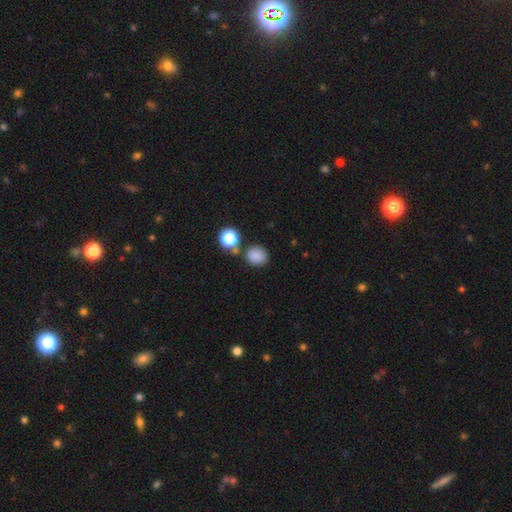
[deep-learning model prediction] Smooth or featured: smooth — 83% (star or artifact — 12%)
How rounded: round — 77% (in between — 22%)
Merging: none — 73% (merger — 12%)